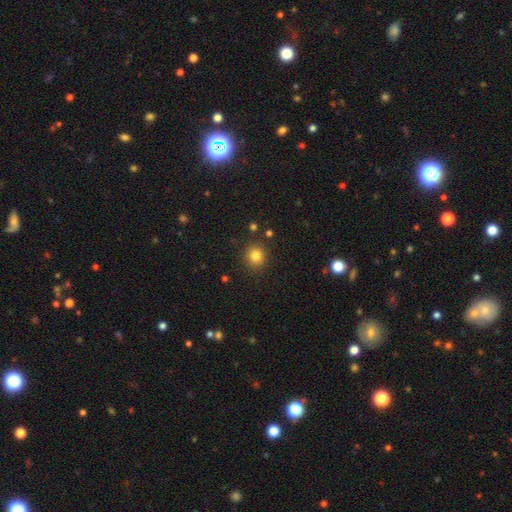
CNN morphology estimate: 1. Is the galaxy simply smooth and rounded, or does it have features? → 82% smooth, 13% star or artifact, 6% featured or disk.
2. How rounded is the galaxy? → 90% round, 9% in between, 1% cigar-shaped.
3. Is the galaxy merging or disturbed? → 89% none, 7% minor disturbance, 2% major disturbance, 2% merger.